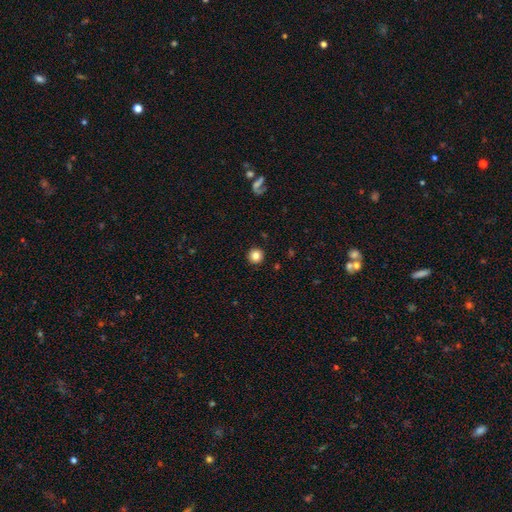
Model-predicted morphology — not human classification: Smooth or featured? smooth (84%)
How rounded? round (96%)
Merging? none (93%)